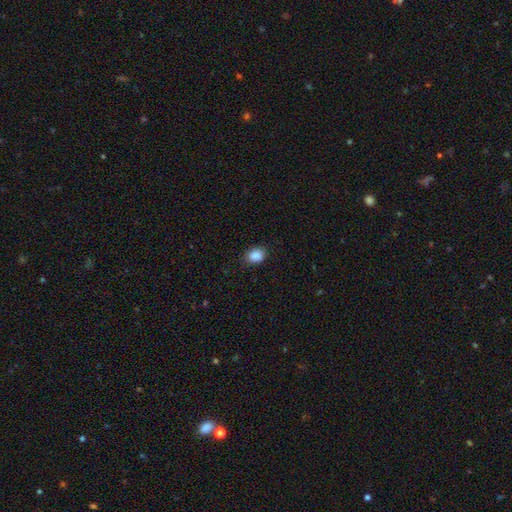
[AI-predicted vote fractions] Smooth or featured? Predicted: smooth (p=0.88). How rounded? Predicted: in between (p=0.60). Merging? Predicted: none (p=0.84).